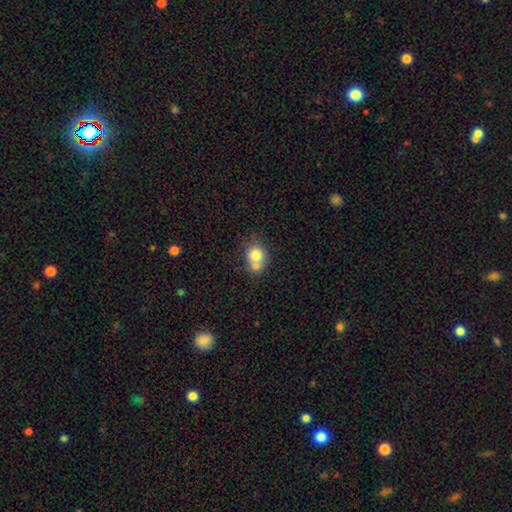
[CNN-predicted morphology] Smooth or featured? smooth (76%)
How rounded? round (70%)
Merging? merger (50%)